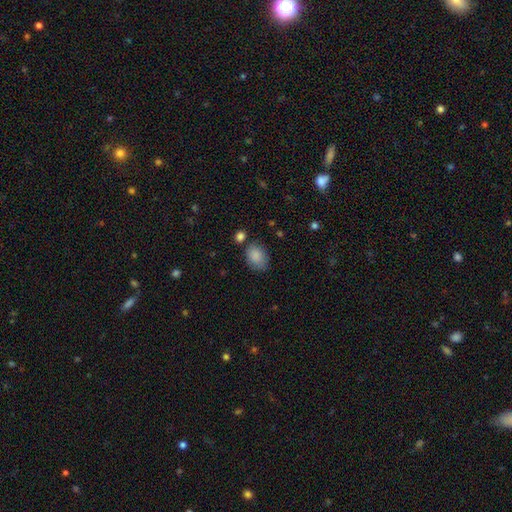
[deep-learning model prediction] This is clearly a smooth galaxy (87%). How rounded: likely in between (73%). Merging: likely none (69%).